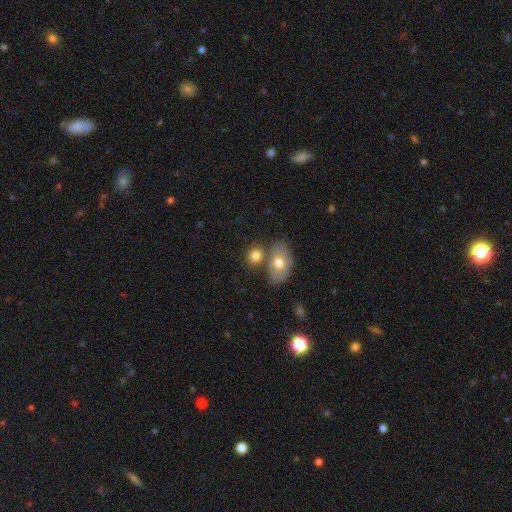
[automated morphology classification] type=smooth (77%); roundness=in between (55%); merging=none (50%).